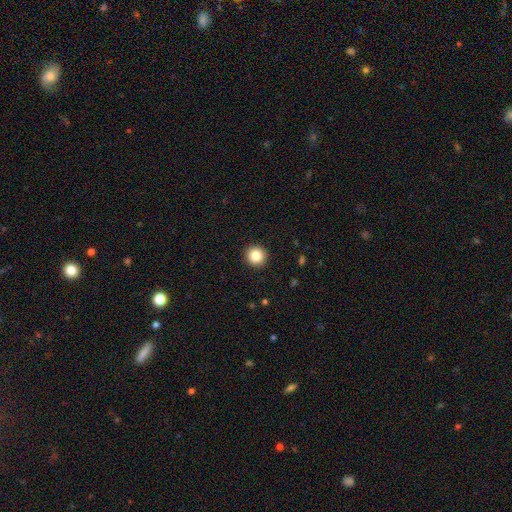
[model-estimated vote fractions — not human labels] This is clearly a smooth galaxy (85%). How rounded: clearly round (95%). Merging: clearly none (93%).